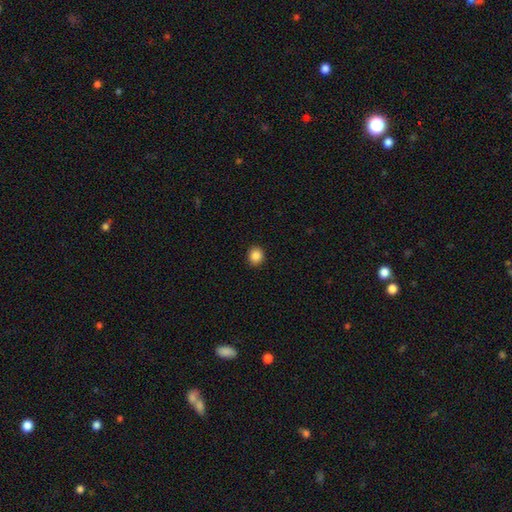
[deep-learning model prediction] Smooth or featured?
  - smooth: 87% *
  - star or artifact: 10%
  - featured or disk: 4%
How rounded?
  - round: 84% *
  - in between: 15%
  - cigar-shaped: 1%
Merging?
  - none: 92% *
  - minor disturbance: 5%
  - major disturbance: 2%
  - merger: 1%